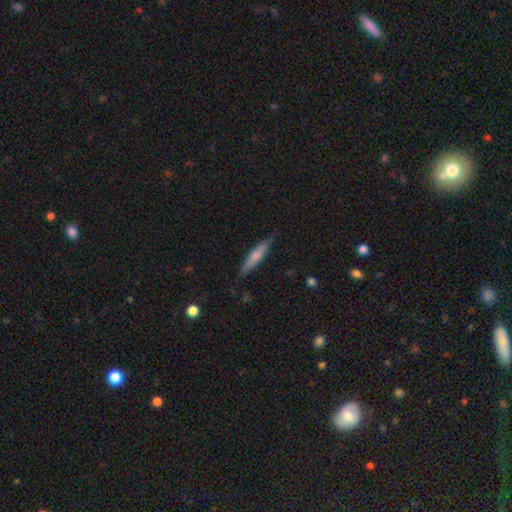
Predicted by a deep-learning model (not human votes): Smooth or featured: smooth — 64% (featured or disk — 30%)
How rounded: cigar-shaped — 83% (in between — 15%)
Merging: none — 82% (minor disturbance — 15%)